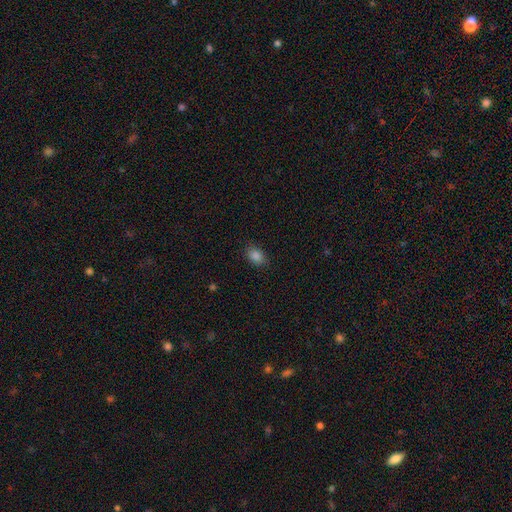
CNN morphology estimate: A smooth galaxy with no disk features (85%) that is in between round and cigar-shaped (78%).

Vote fractions:
- Smooth or featured? smooth: 85% / star or artifact: 11% / featured or disk: 4%
- How rounded? in between: 78% / round: 21% / cigar-shaped: 1%
- Merging? none: 85% / minor disturbance: 11% / major disturbance: 3% / merger: 1%